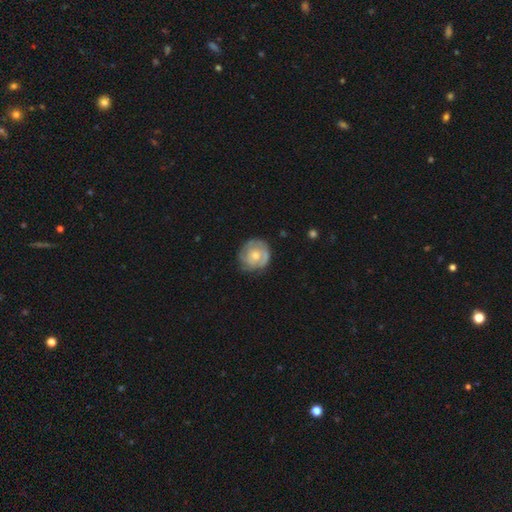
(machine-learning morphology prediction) Smooth or featured? Predicted: featured or disk (p=0.65). Edge-on disk? Predicted: no (p=0.98). Bar? Predicted: no (p=0.81). Spiral arms? Predicted: yes (p=0.80). Spiral winding? Predicted: tight (p=0.68). Spiral arm count? Predicted: can't tell (p=0.37). Bulge size? Predicted: moderate (p=0.54). Merging? Predicted: none (p=0.73).